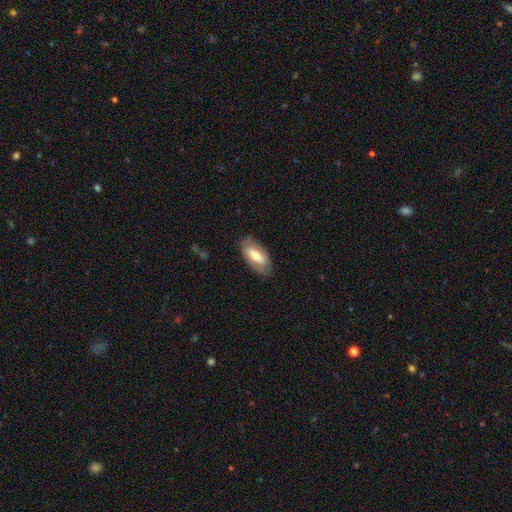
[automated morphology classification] A smooth galaxy with no disk features (60%) that is in between round and cigar-shaped (85%).

Vote fractions:
- Smooth or featured? smooth: 60% / featured or disk: 34% / star or artifact: 6%
- How rounded? in between: 85% / cigar-shaped: 12% / round: 3%
- Merging? none: 80% / minor disturbance: 15% / major disturbance: 4% / merger: 1%